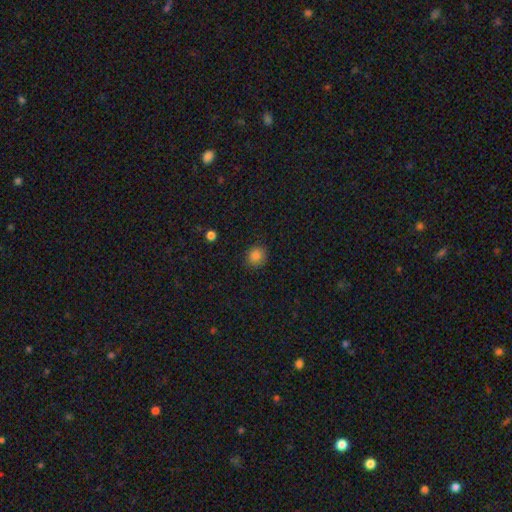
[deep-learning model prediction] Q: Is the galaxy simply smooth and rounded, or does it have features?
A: smooth — 83%.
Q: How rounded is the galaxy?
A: round — 83%.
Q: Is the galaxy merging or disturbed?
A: none — 87%.